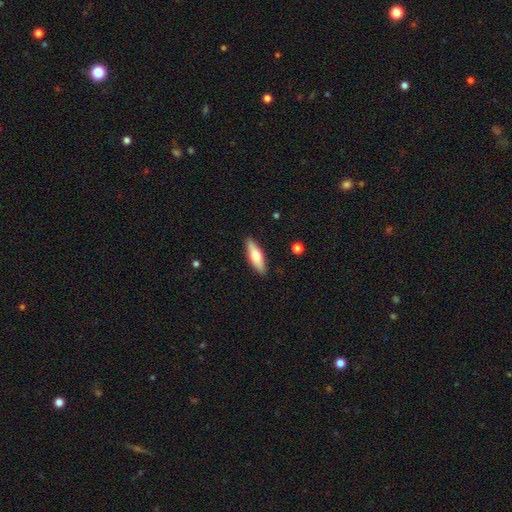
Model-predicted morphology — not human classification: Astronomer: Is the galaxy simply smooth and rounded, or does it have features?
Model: smooth — 65%.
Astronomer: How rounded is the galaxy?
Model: cigar-shaped — 54% (runner-up: in between, 44%).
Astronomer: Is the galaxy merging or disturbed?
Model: none — 88%.